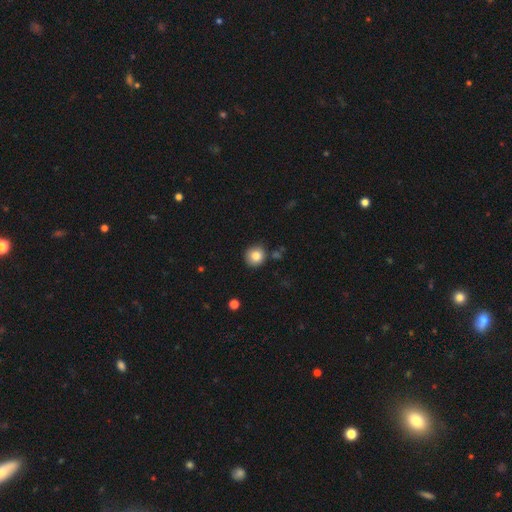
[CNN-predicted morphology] Smooth or featured: smooth — 81% (star or artifact — 10%)
How rounded: round — 92% (in between — 7%)
Merging: none — 86% (minor disturbance — 9%)